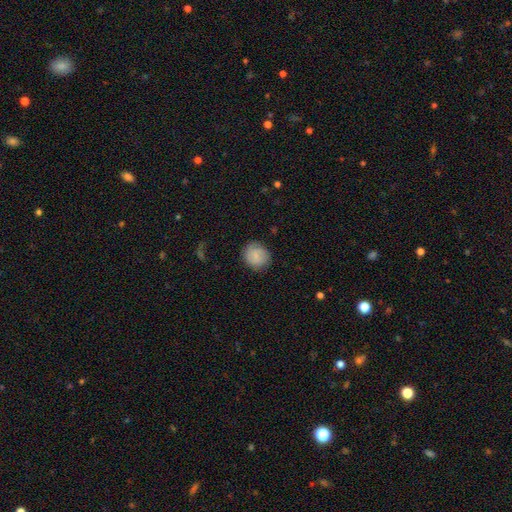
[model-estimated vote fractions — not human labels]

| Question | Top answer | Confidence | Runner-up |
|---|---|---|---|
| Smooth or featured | smooth | 74% | featured or disk (18%) |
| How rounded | round | 81% | in between (18%) |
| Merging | none | 81% | minor disturbance (14%) |